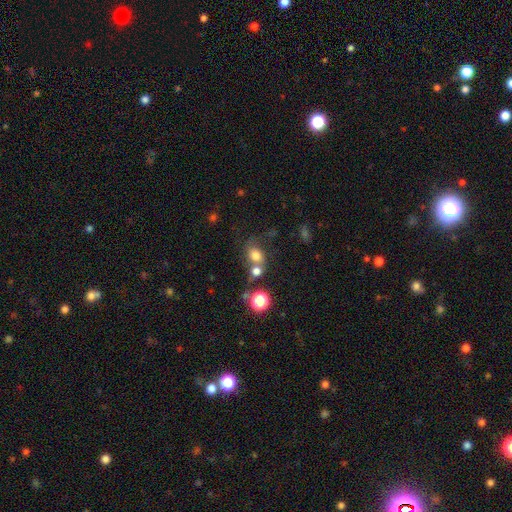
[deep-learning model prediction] smooth 72%, star or artifact 15%, featured or disk 14%. Down the decision tree: how rounded — round (56%); merging — none (40%).